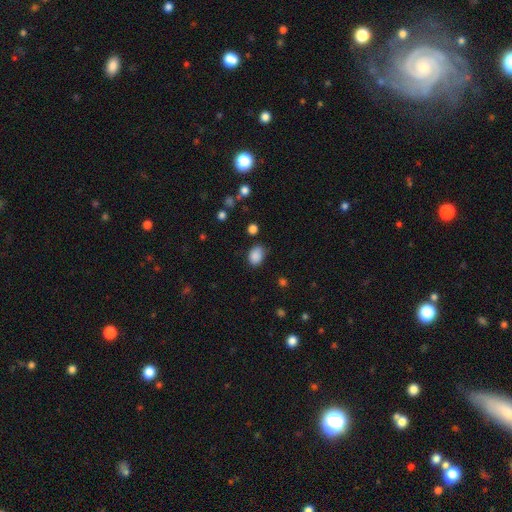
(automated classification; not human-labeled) A smooth galaxy with no disk features (87%) that is in between round and cigar-shaped (72%).

Vote fractions:
- Smooth or featured? smooth: 87% / star or artifact: 10% / featured or disk: 4%
- How rounded? in between: 72% / round: 27% / cigar-shaped: 1%
- Merging? none: 75% / minor disturbance: 18% / major disturbance: 4% / merger: 2%